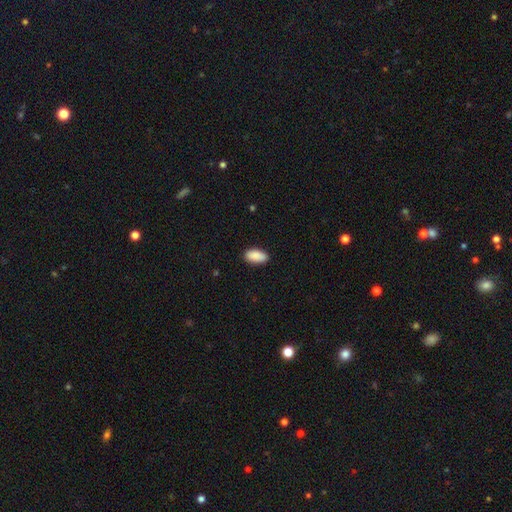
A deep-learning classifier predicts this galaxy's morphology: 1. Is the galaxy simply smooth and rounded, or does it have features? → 90% smooth, 6% star or artifact, 3% featured or disk.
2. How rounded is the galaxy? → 93% in between, 5% cigar-shaped, 2% round.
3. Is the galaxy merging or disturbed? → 87% none, 10% minor disturbance, 2% major disturbance, 1% merger.